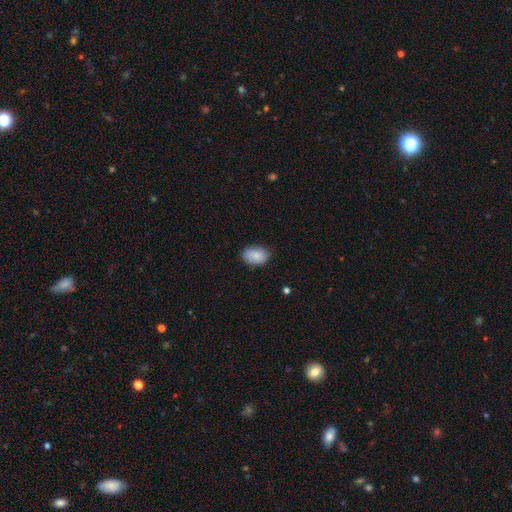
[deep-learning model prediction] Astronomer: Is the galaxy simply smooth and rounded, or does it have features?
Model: smooth — 86%.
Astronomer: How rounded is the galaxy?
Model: in between — 85%.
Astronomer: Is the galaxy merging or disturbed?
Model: none — 81%.